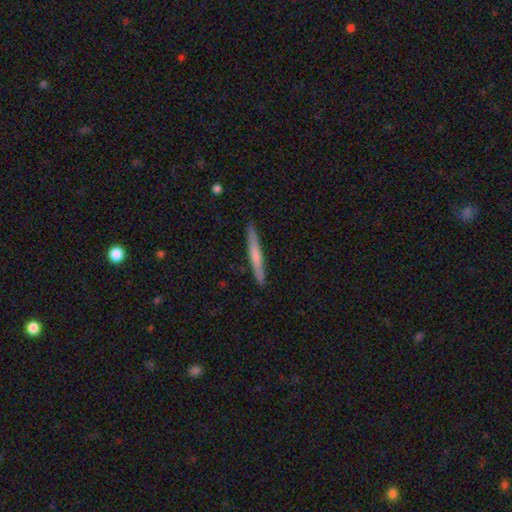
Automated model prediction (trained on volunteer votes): Smooth or featured?
  - smooth: 58% *
  - featured or disk: 36%
  - star or artifact: 5%
How rounded?
  - cigar-shaped: 96% *
  - in between: 2%
  - round: 1%
Merging?
  - none: 90% *
  - minor disturbance: 7%
  - major disturbance: 1%
  - merger: 1%